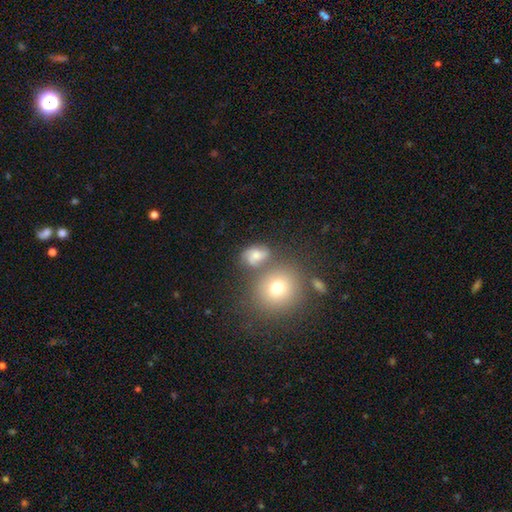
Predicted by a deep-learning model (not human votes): Smooth or featured?
  - smooth: 59% *
  - featured or disk: 26%
  - star or artifact: 15%
How rounded?
  - in between: 56% *
  - round: 42%
  - cigar-shaped: 2%
Merging?
  - none: 55% *
  - merger: 18%
  - minor disturbance: 18%
  - major disturbance: 9%